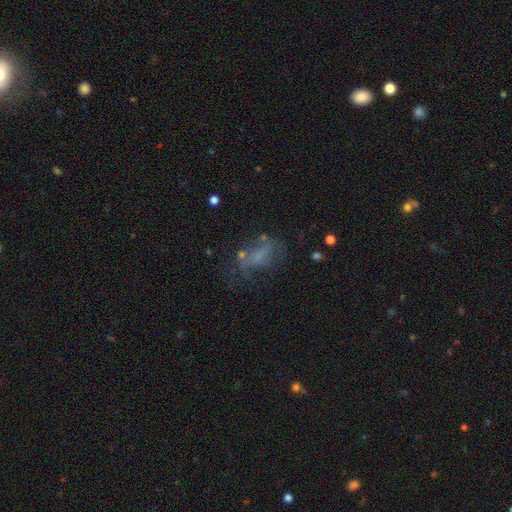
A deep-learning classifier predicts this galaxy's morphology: This appears to be a featured or disk galaxy (40%). Merging: none (48%).